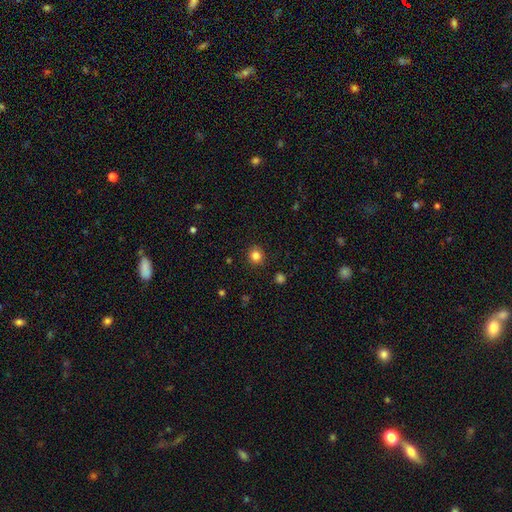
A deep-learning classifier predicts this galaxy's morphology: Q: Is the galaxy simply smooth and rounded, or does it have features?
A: smooth — 83%.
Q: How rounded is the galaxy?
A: round — 91%.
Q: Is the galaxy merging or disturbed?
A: none — 92%.